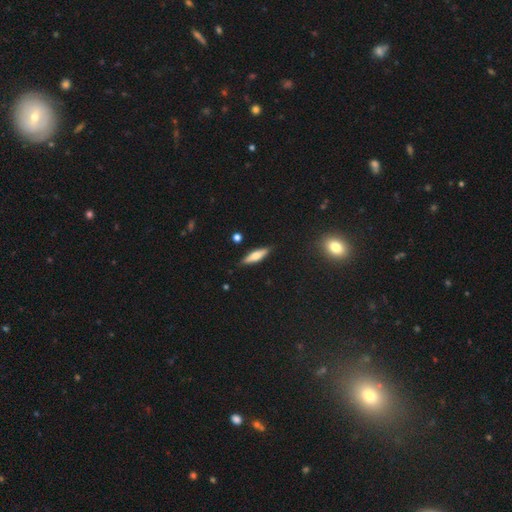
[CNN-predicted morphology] Smooth or featured? Predicted: smooth (p=0.59). How rounded? Predicted: cigar-shaped (p=0.65). Merging? Predicted: none (p=0.85).